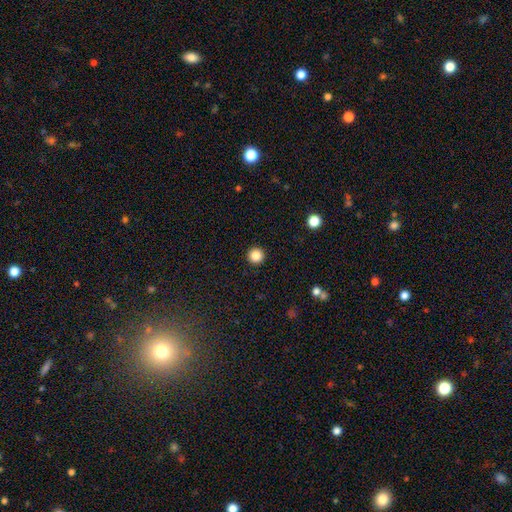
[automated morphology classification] smooth-or-featured: smooth: 86% | star or artifact: 11% | featured or disk: 4%
  how-rounded: round: 96% | in between: 3% | cigar-shaped: 1%
  merging: none: 93% | minor disturbance: 4% | major disturbance: 2% | merger: 1%